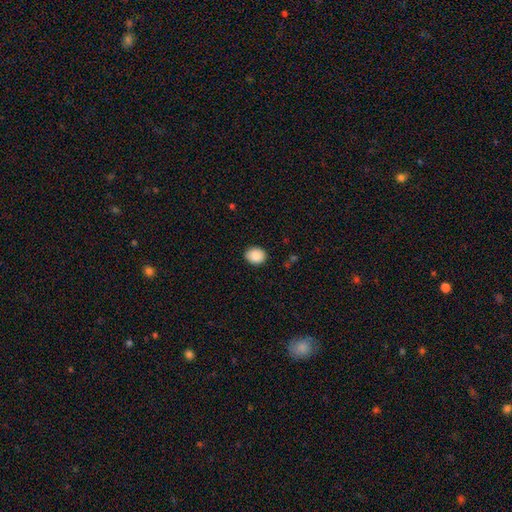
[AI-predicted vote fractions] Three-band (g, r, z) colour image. It shows a smooth galaxy with no disk features (90%) that is round (57%). Merging: none (88%).